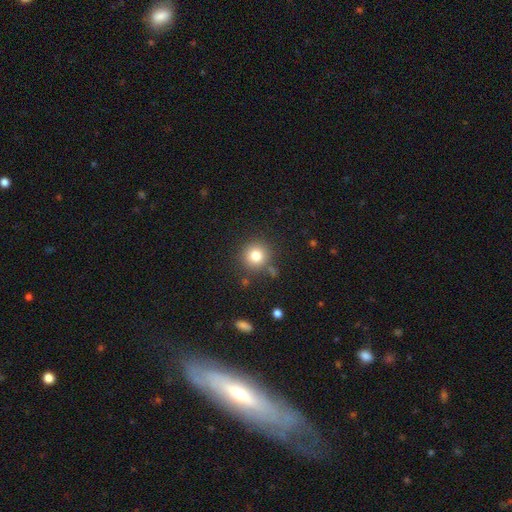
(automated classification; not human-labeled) Overall: smooth (80%). How rounded: round (93%). Merging: none (83%).